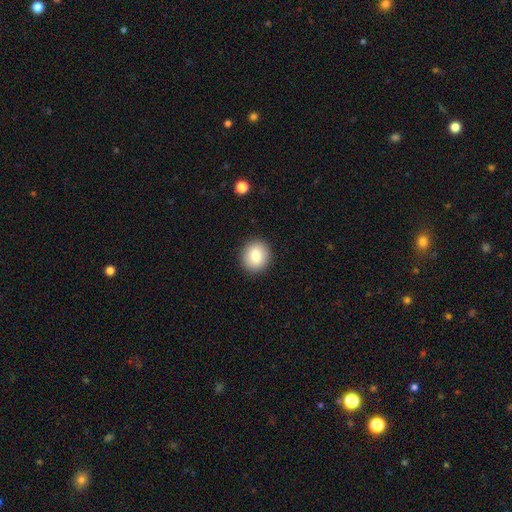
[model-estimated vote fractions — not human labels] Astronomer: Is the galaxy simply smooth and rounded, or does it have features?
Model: smooth — 82%.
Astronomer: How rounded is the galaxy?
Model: round — 85%.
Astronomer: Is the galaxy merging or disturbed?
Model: none — 91%.